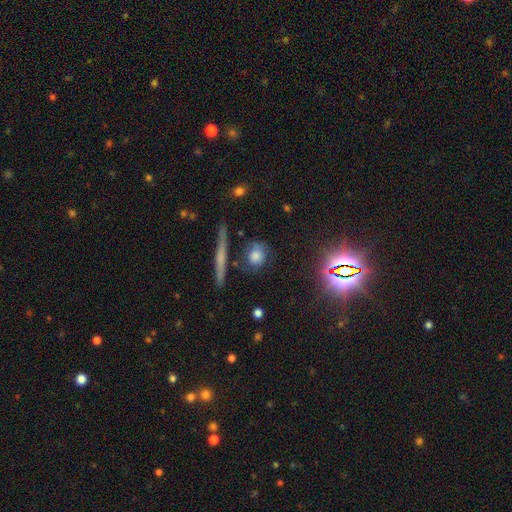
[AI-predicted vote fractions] Morphology: type=smooth (71%); roundness=round (69%); merging=none (68%).